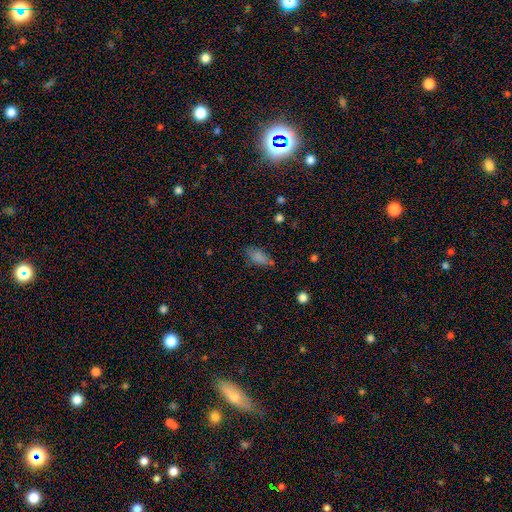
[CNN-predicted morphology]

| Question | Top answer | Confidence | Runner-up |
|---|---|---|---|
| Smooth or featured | smooth | 76% | star or artifact (14%) |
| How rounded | in between | 84% | cigar-shaped (12%) |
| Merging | none | 66% | minor disturbance (24%) |